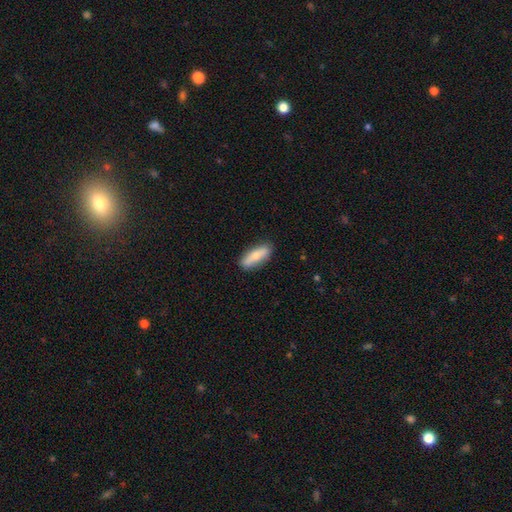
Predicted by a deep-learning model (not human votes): smooth 70%, featured or disk 25%, star or artifact 6%. Down the decision tree: how rounded — in between (54%); merging — none (85%).